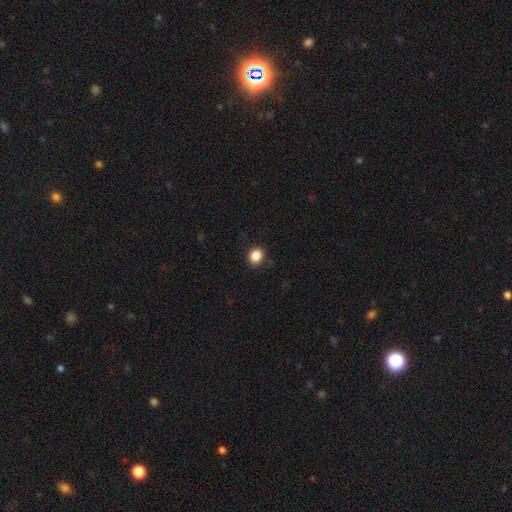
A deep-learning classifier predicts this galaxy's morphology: type=smooth (87%); roundness=round (64%); merging=none (86%).